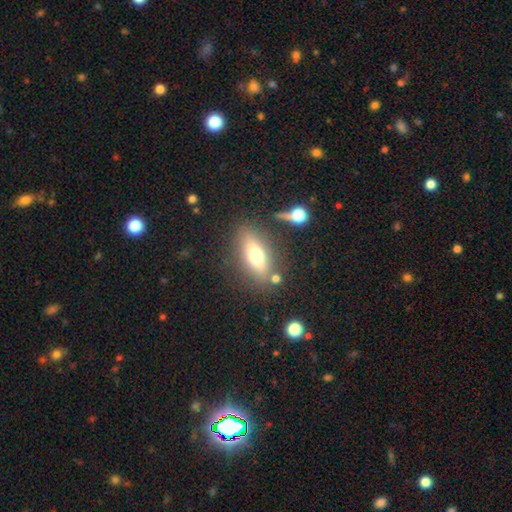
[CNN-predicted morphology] Smooth or featured?
  - smooth: 56% *
  - featured or disk: 33%
  - star or artifact: 10%
How rounded?
  - in between: 64% *
  - cigar-shaped: 29%
  - round: 6%
Merging?
  - none: 78% *
  - minor disturbance: 11%
  - merger: 6%
  - major disturbance: 5%